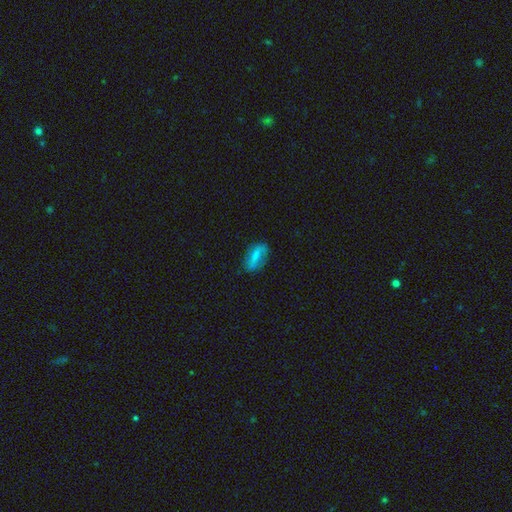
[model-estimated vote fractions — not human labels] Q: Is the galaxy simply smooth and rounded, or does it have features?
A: smooth — 63%.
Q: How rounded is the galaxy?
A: in between — 81%.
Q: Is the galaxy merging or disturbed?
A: none — 74%.